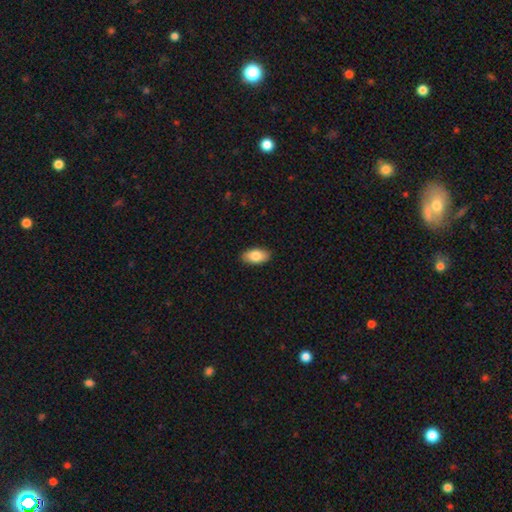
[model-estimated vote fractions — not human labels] smooth-or-featured: smooth: 84% | featured or disk: 9% | star or artifact: 6%
  how-rounded: in between: 93% | round: 3% | cigar-shaped: 3%
  merging: none: 89% | minor disturbance: 8% | major disturbance: 2% | merger: 1%